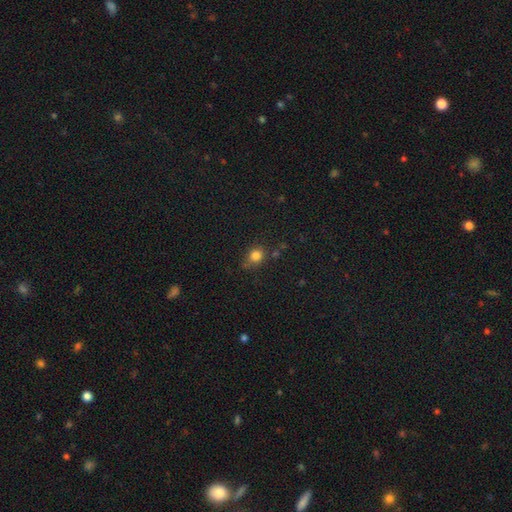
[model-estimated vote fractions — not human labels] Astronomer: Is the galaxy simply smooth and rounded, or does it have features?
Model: smooth — 82%.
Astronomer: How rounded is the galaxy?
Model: round — 74%.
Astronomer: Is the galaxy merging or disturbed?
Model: none — 72%.